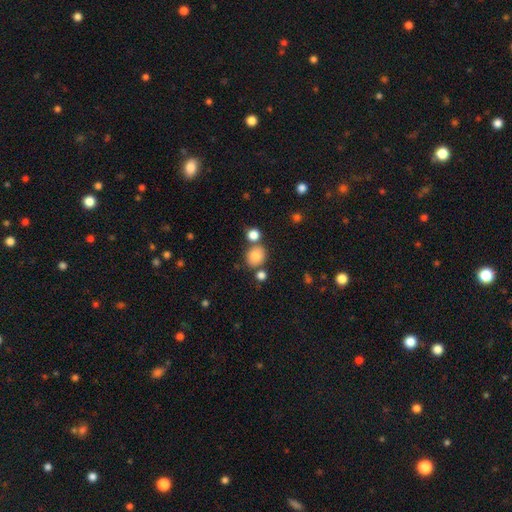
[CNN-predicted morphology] A smooth galaxy with no disk features (80%) that is round (73%).

Vote fractions:
- Smooth or featured? smooth: 80% / star or artifact: 11% / featured or disk: 8%
- How rounded? round: 73% / in between: 26% / cigar-shaped: 1%
- Merging? none: 70% / merger: 17% / minor disturbance: 10% / major disturbance: 3%